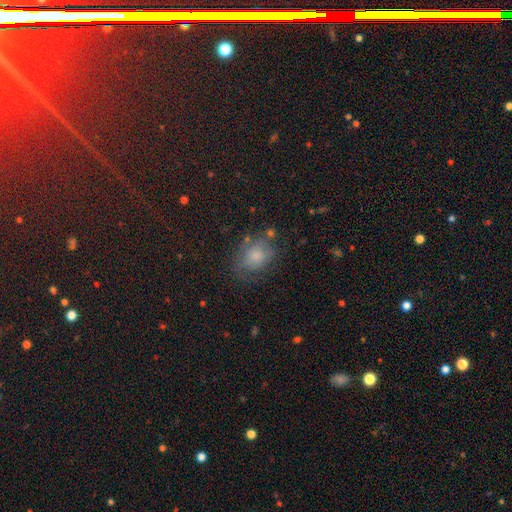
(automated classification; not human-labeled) Smooth or featured? smooth (71%)
How rounded? in between (56%)
Merging? none (60%)